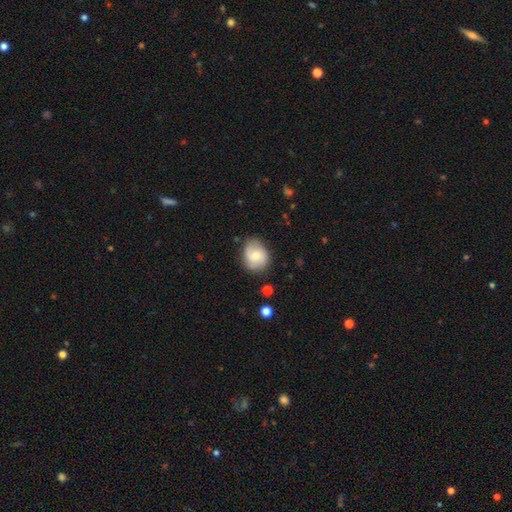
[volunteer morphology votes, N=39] A smooth galaxy with no disk features (59%) that is round (74%).

Vote fractions:
- Smooth or featured? smooth: 59% / featured or disk: 36% / star or artifact: 5%
- How rounded? round: 74% / in between: 26% / cigar-shaped: 0%
- Merging? none: 70% / minor disturbance: 22% / major disturbance: 5% / merger: 3%